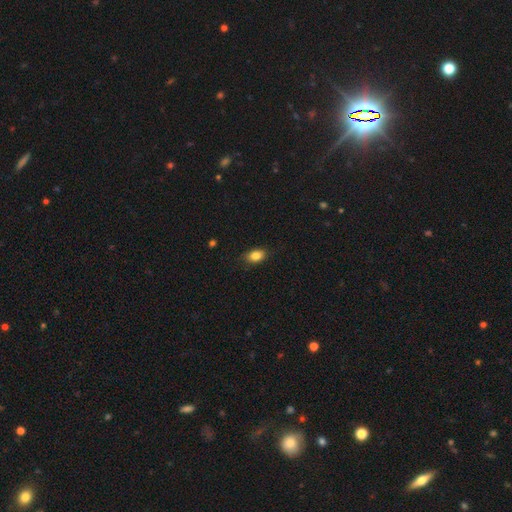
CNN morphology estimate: smooth-or-featured: smooth: 85% | star or artifact: 9% | featured or disk: 7%
  how-rounded: in between: 83% | round: 15% | cigar-shaped: 2%
  merging: none: 83% | minor disturbance: 13% | major disturbance: 3% | merger: 1%